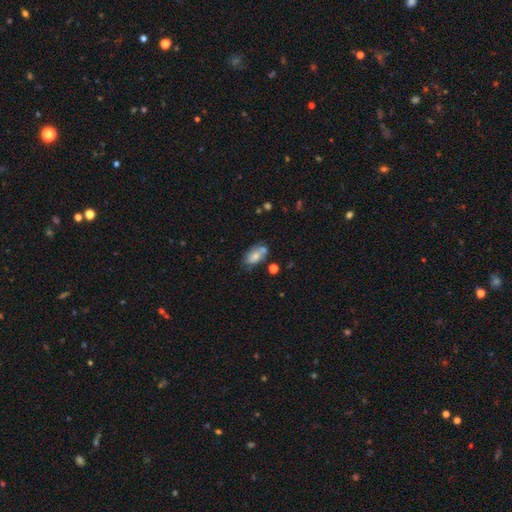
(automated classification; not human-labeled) smooth-or-featured: smooth: 66% | featured or disk: 25% | star or artifact: 9%
  how-rounded: in between: 89% | round: 7% | cigar-shaped: 3%
  merging: none: 50% | minor disturbance: 23% | merger: 20% | major disturbance: 7%